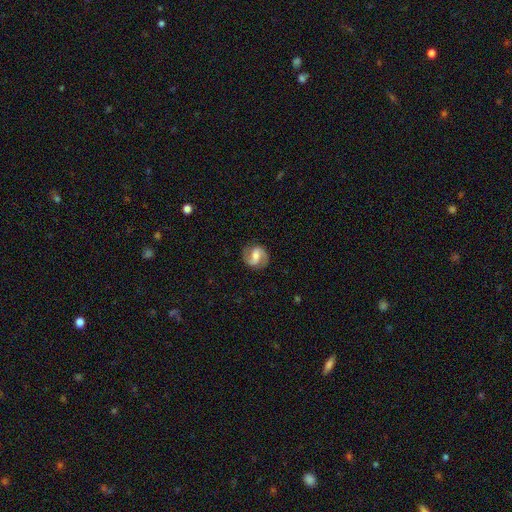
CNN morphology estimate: Smooth or featured?
  - featured or disk: 82% *
  - smooth: 12%
  - star or artifact: 6%
Edge-on disk?
  - no: 98% *
  - yes: 2%
Bar?
  - weak: 49% *
  - strong: 31%
  - no: 21%
Spiral arms?
  - yes: 96% *
  - no: 4%
Spiral winding?
  - medium: 53% *
  - tight: 24%
  - loose: 23%
Spiral arm count?
  - 2: 92% *
  - can't tell: 3%
  - 1: 2%
  - 3: 1%
  - 4: 1%
  - more than 4: 1%
Bulge size?
  - moderate: 50% *
  - small: 27%
  - large: 12%
  - none: 9%
  - dominant: 2%
Merging?
  - none: 84% *
  - minor disturbance: 11%
  - major disturbance: 4%
  - merger: 1%